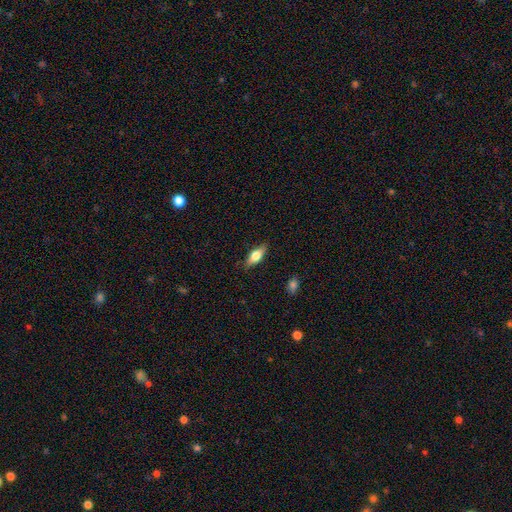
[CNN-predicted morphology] This appears to be a smooth galaxy with no disk features (63%) that is in between round and cigar-shaped (72%). Merging: none (84%).